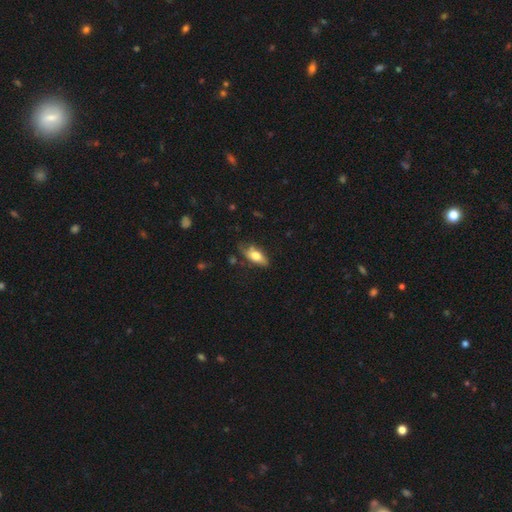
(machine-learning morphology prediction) type=smooth (62%); roundness=in between (78%); merging=none (57%).